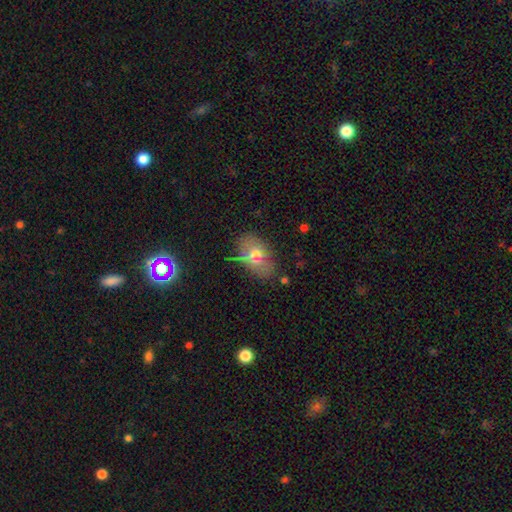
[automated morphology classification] This appears to be a smooth galaxy with no disk features (64%) that is in between round and cigar-shaped (84%). Merging: none (60%).